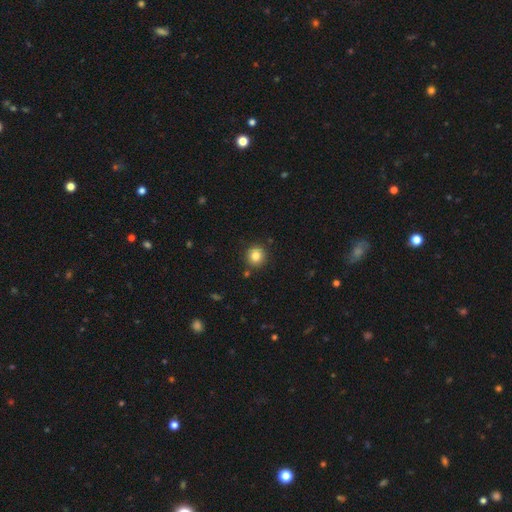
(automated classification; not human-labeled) Smooth or featured: smooth — 83% (star or artifact — 11%)
How rounded: round — 92% (in between — 7%)
Merging: none — 88% (minor disturbance — 7%)